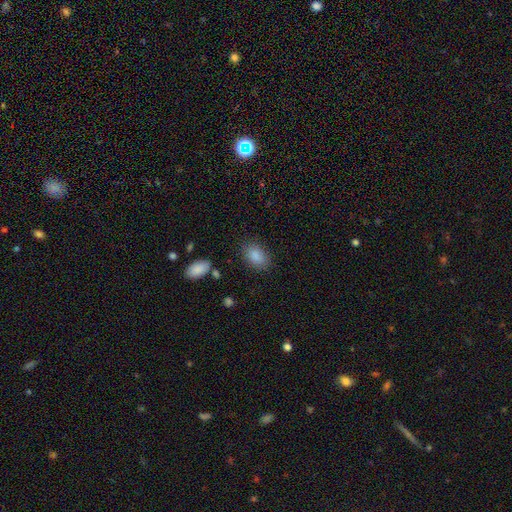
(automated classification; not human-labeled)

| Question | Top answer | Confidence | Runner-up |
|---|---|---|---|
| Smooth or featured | smooth | 87% | star or artifact (8%) |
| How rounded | in between | 86% | round (13%) |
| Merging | none | 82% | minor disturbance (12%) |